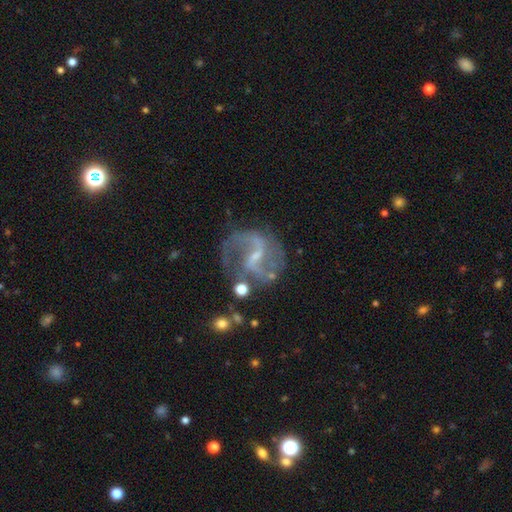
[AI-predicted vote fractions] Smooth or featured?
  - featured or disk: 87% *
  - star or artifact: 7%
  - smooth: 6%
Edge-on disk?
  - no: 98% *
  - yes: 2%
Bar?
  - weak: 53% *
  - strong: 30%
  - no: 17%
Spiral arms?
  - yes: 94% *
  - no: 6%
Spiral winding?
  - loose: 47% *
  - medium: 42%
  - tight: 11%
Spiral arm count?
  - 2: 86% *
  - can't tell: 5%
  - 1: 5%
  - 3: 2%
  - 4: 1%
  - more than 4: 1%
Bulge size?
  - small: 64% *
  - none: 19%
  - moderate: 15%
  - large: 1%
  - dominant: 1%
Merging?
  - none: 64% *
  - minor disturbance: 18%
  - major disturbance: 14%
  - merger: 5%